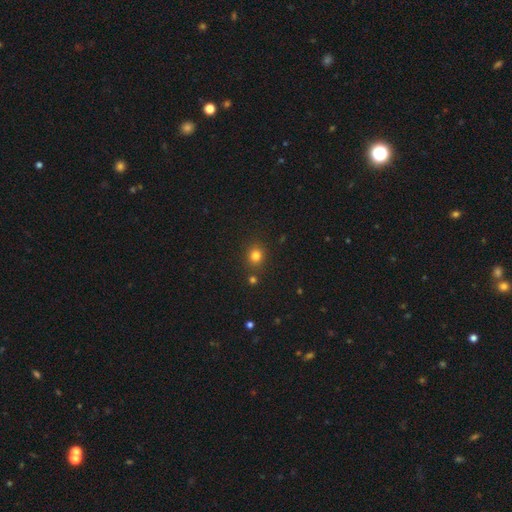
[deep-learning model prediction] smooth_or_featured: smooth (p=0.80) [alt: star or artifact p=0.15]
how_rounded: round (p=0.80) [alt: in between p=0.19]
merging: none (p=0.84) [alt: minor disturbance p=0.08]